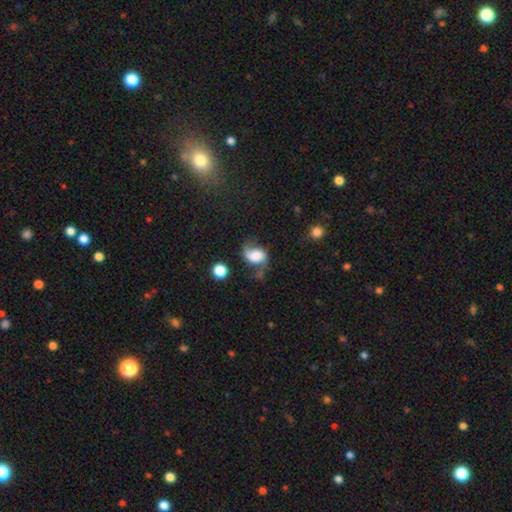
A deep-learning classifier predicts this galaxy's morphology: Smooth or featured?
  - featured or disk: 48% *
  - smooth: 41%
  - star or artifact: 11%
Merging?
  - none: 47% *
  - minor disturbance: 27%
  - major disturbance: 20%
  - merger: 6%